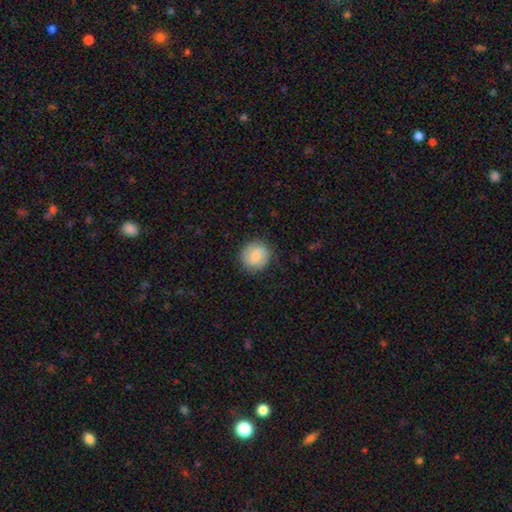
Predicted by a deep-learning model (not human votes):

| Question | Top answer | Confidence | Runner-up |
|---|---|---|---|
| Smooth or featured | smooth | 74% | featured or disk (19%) |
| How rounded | round | 89% | in between (10%) |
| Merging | none | 84% | minor disturbance (12%) |